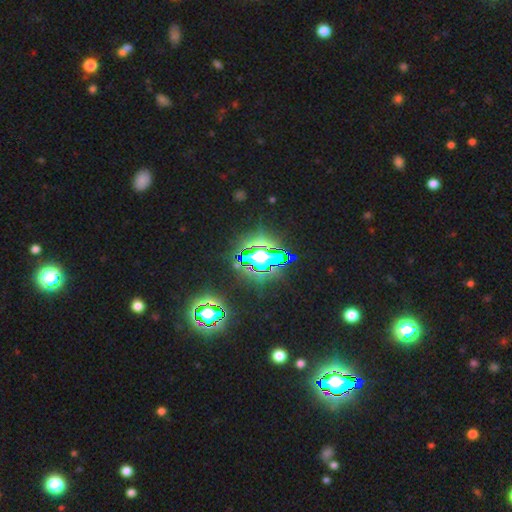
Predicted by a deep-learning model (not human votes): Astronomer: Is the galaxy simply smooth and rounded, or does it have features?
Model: star or artifact — 73%.